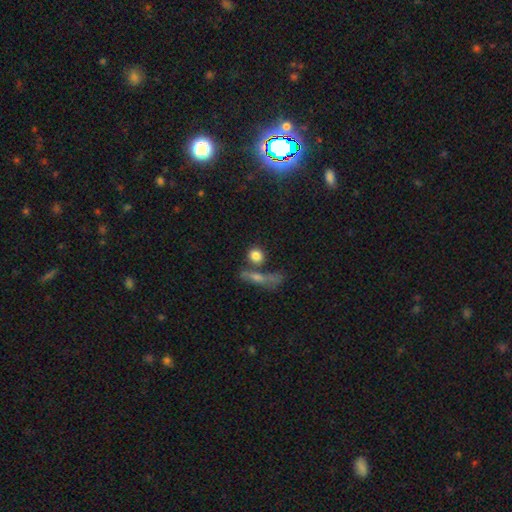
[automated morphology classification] smooth-or-featured: smooth: 80% | featured or disk: 11% | star or artifact: 9%
  how-rounded: round: 73% | in between: 21% | cigar-shaped: 6%
  merging: none: 63% | merger: 20% | minor disturbance: 11% | major disturbance: 6%